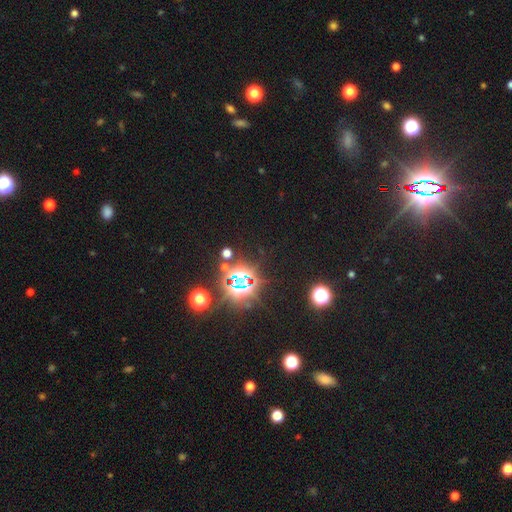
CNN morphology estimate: Overall: star or artifact (82%).